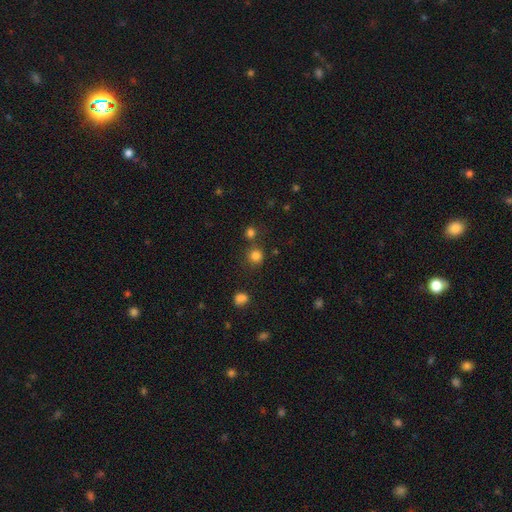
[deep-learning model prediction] smooth-or-featured: smooth: 80% | star or artifact: 15% | featured or disk: 5%
  how-rounded: round: 91% | in between: 8% | cigar-shaped: 1%
  merging: none: 74% | merger: 14% | minor disturbance: 8% | major disturbance: 4%